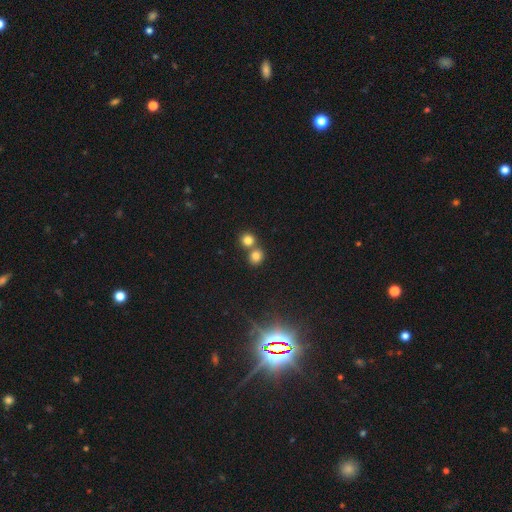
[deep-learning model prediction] This is likely a smooth galaxy (79%). How rounded: clearly round (83%). Merging: possibly none (53%).